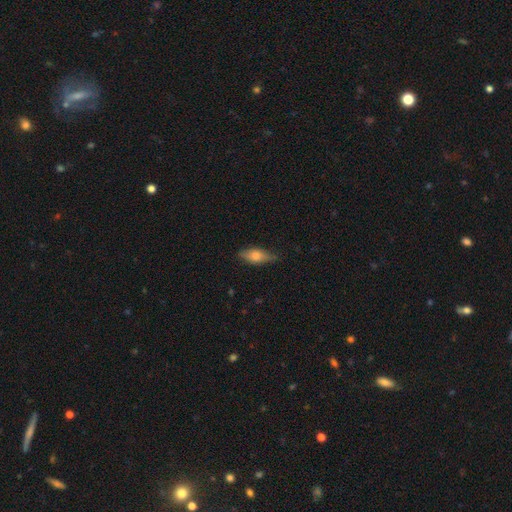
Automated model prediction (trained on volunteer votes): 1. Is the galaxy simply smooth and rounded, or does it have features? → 62% smooth, 32% featured or disk, 7% star or artifact.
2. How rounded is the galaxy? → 71% in between, 25% cigar-shaped, 4% round.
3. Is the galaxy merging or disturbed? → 78% none, 18% minor disturbance, 3% major disturbance, 1% merger.